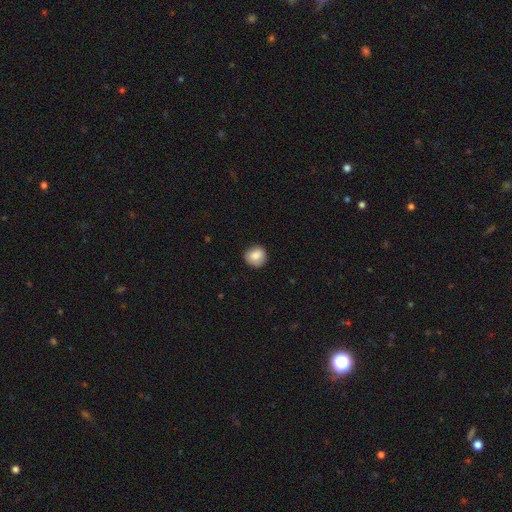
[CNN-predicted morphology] Smooth or featured? Predicted: smooth (p=0.85). How rounded? Predicted: round (p=0.87). Merging? Predicted: none (p=0.86).